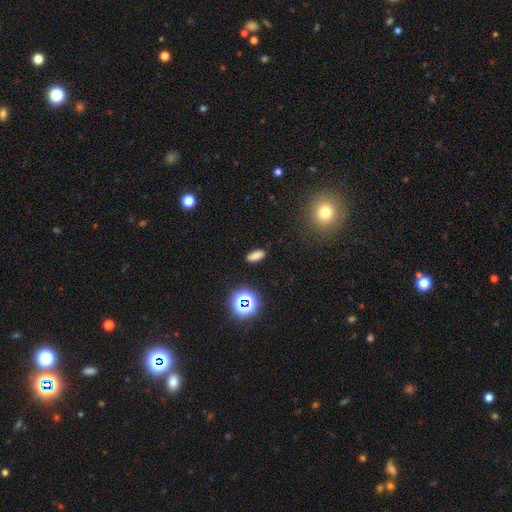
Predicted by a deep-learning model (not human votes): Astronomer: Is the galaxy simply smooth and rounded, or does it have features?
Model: smooth — 74%.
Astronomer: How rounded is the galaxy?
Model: in between — 80%.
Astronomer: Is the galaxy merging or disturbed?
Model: none — 87%.